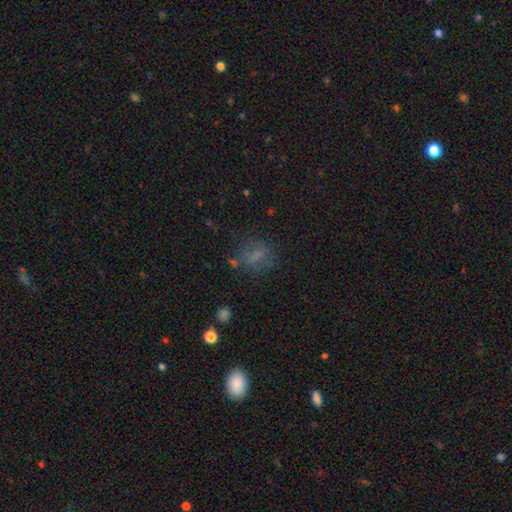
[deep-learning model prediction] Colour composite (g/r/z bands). It shows a smooth galaxy with no disk features (60%) that is round (48%, tied with in between). Merging: none (64%).